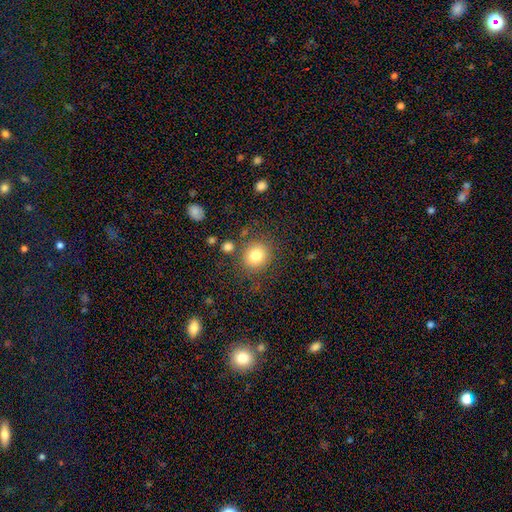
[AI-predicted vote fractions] smooth 81%, star or artifact 11%, featured or disk 8%. Down the decision tree: how rounded — round (81%); merging — none (80%).